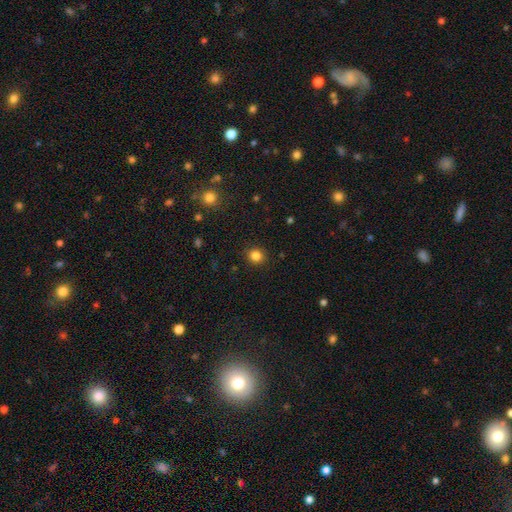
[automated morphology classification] type=smooth (83%); roundness=round (86%); merging=none (90%).